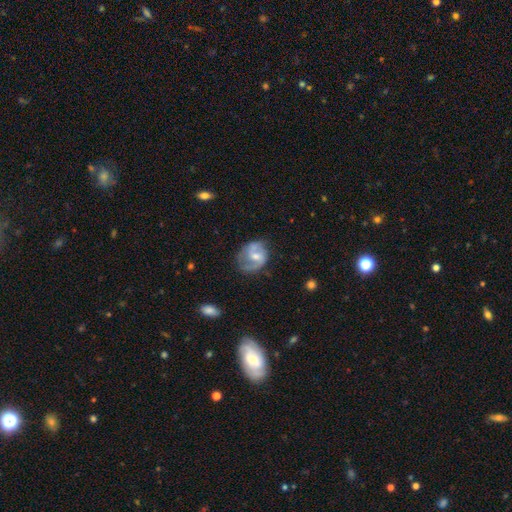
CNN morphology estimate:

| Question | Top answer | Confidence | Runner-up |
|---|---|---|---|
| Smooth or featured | featured or disk | 68% | smooth (25%) |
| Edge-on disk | no | 97% | yes (3%) |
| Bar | weak | 49% | no (39%) |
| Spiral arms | yes | 85% | no (15%) |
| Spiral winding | medium | 48% | loose (29%) |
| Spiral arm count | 2 | 74% | can't tell (12%) |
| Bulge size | moderate | 54% | small (37%) |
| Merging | none | 58% | minor disturbance (26%) |